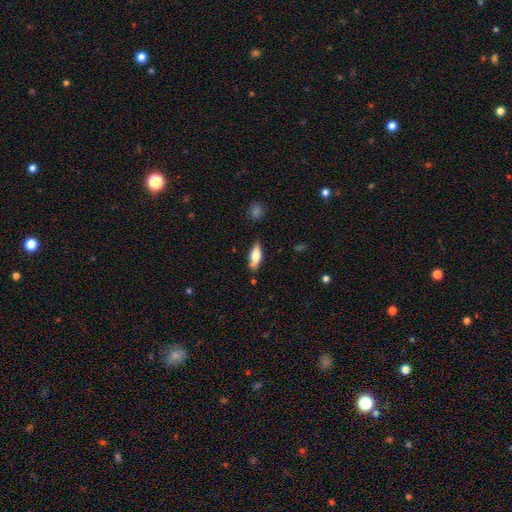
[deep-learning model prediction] Smooth or featured? Predicted: smooth (p=0.69). How rounded? Predicted: in between (p=0.64). Merging? Predicted: none (p=0.78).